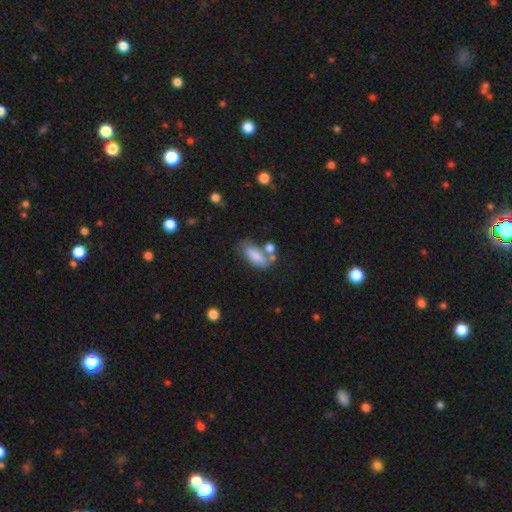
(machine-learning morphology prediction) Q: Smooth or featured?
A: smooth (79%); runner-up: featured or disk (13%)
Q: How rounded?
A: in between (79%); runner-up: cigar-shaped (18%)
Q: Merging?
A: none (48%); runner-up: merger (24%)